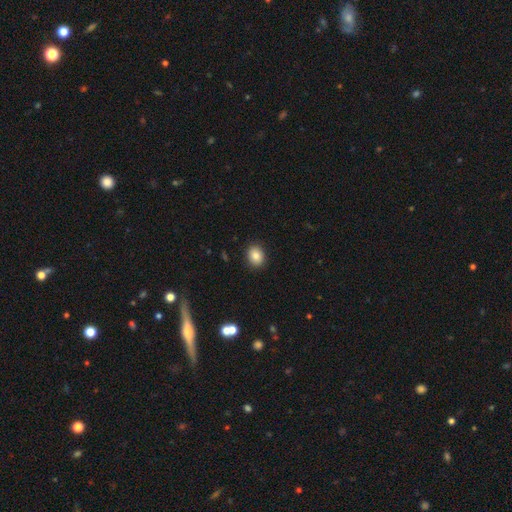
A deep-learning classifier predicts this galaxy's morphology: smooth_or_featured: smooth (p=0.83) [alt: star or artifact p=0.10]
how_rounded: round (p=0.53) [alt: in between p=0.46]
merging: none (p=0.90) [alt: minor disturbance p=0.07]